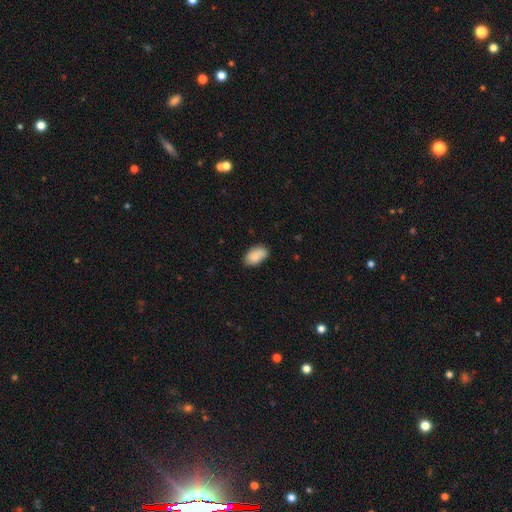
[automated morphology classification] smooth-or-featured: smooth: 85% | featured or disk: 8% | star or artifact: 7%
  how-rounded: in between: 93% | round: 5% | cigar-shaped: 1%
  merging: none: 74% | minor disturbance: 21% | major disturbance: 3% | merger: 2%